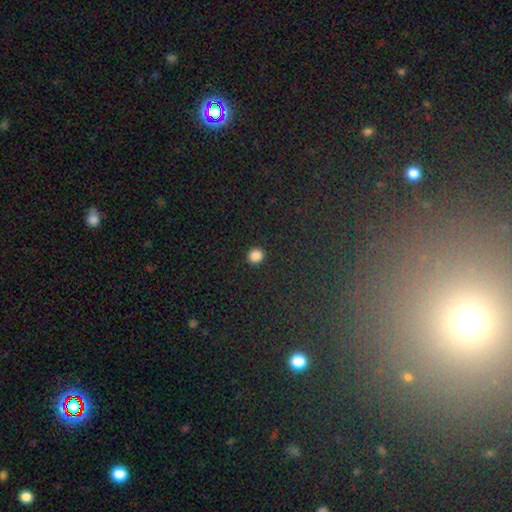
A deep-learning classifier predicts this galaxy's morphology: Smooth or featured?
  - smooth: 86% *
  - star or artifact: 11%
  - featured or disk: 3%
How rounded?
  - round: 82% *
  - in between: 17%
  - cigar-shaped: 1%
Merging?
  - none: 92% *
  - minor disturbance: 5%
  - major disturbance: 2%
  - merger: 1%